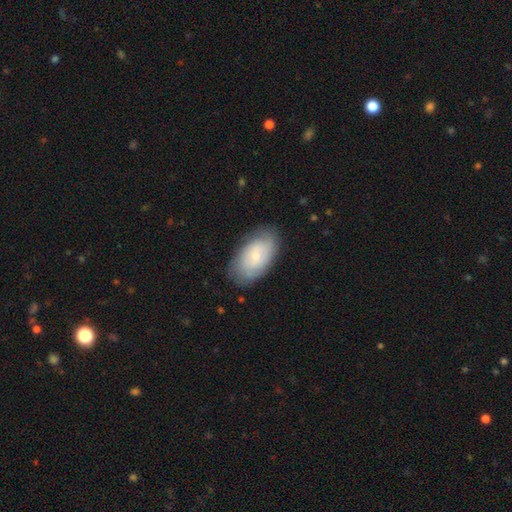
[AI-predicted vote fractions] A smooth galaxy with no disk features (53%) that is in between round and cigar-shaped (93%).

Vote fractions:
- Smooth or featured? smooth: 53% / featured or disk: 40% / star or artifact: 7%
- How rounded? in between: 93% / round: 5% / cigar-shaped: 2%
- Merging? none: 77% / minor disturbance: 17% / major disturbance: 5% / merger: 1%